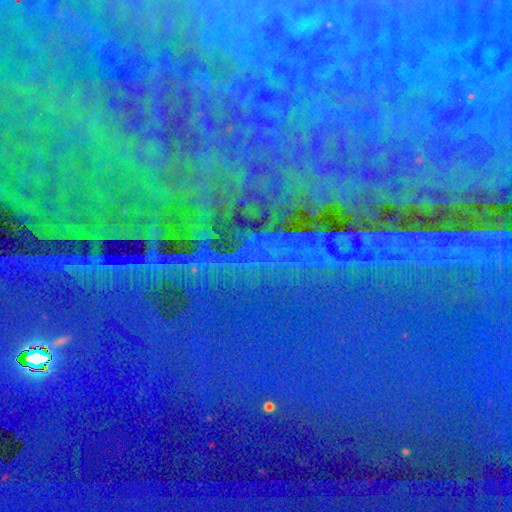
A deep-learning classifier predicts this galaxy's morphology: smooth-or-featured: star or artifact: 86% | smooth: 7% | featured or disk: 7%